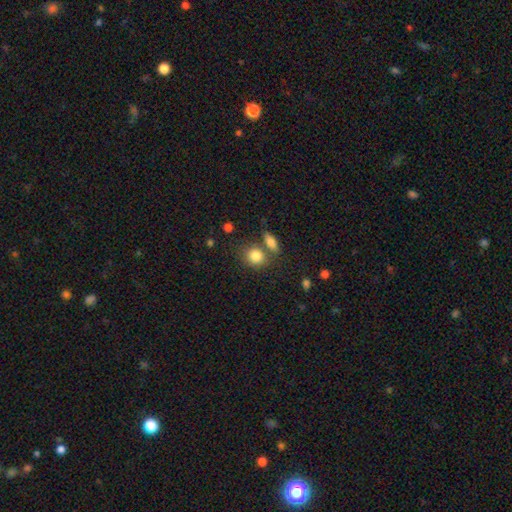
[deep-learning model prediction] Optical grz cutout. It shows a smooth galaxy with no disk features (83%) that is round (61%). Merging: none (59%).